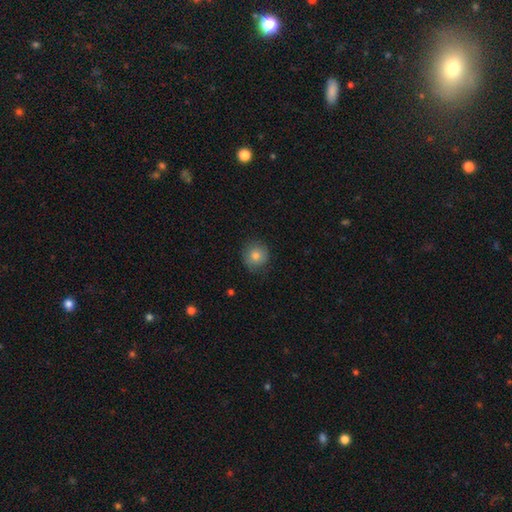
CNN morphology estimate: Smooth or featured: smooth — 77% (featured or disk — 14%)
How rounded: round — 90% (in between — 10%)
Merging: none — 78% (minor disturbance — 17%)